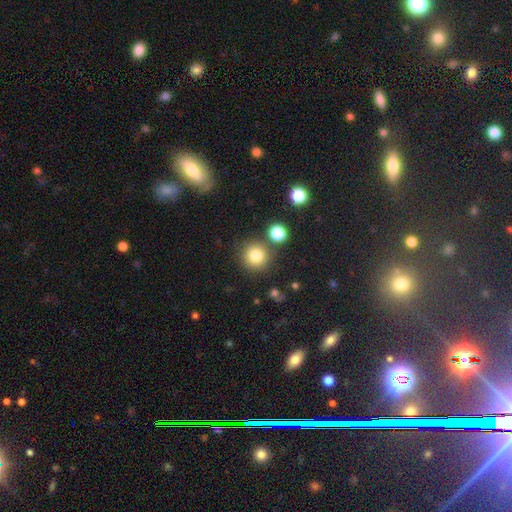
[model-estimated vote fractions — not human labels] A smooth galaxy with no disk features (80%) that is round (94%). Merging: none (81%).